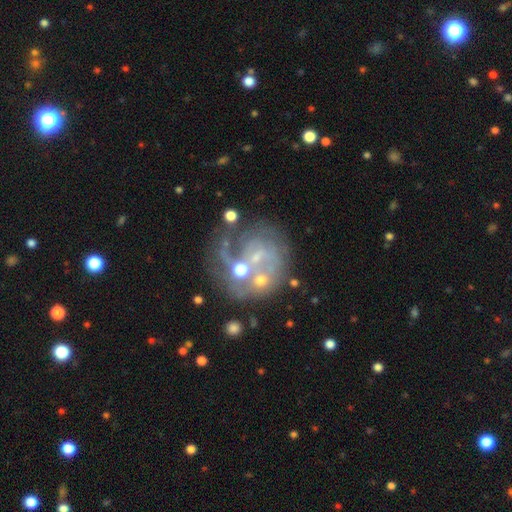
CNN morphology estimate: Overall: featured or disk (65%). Edge-on disk: no (98%). Bar: no (60%; weak 30%). Spiral arms: yes (62%; no 38%). Bulge size: small (42%; moderate 28%). Merging: none (35%; major disturbance 26%).